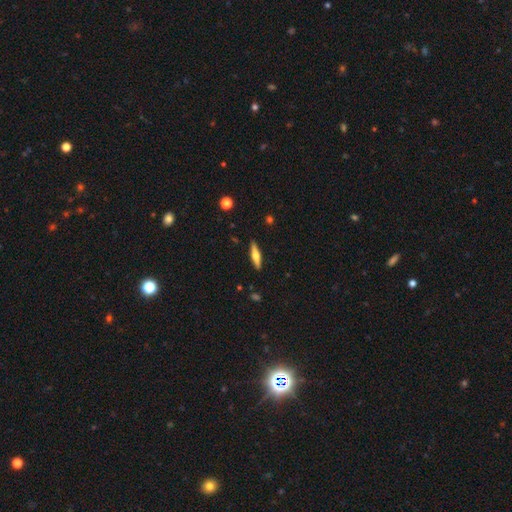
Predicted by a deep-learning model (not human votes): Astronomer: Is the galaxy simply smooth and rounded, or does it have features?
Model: featured or disk — 53% (runner-up: smooth, 41%).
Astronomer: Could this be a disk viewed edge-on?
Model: yes — 96%.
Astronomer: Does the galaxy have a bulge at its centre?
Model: rounded — 88%.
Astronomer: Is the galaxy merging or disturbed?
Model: none — 90%.